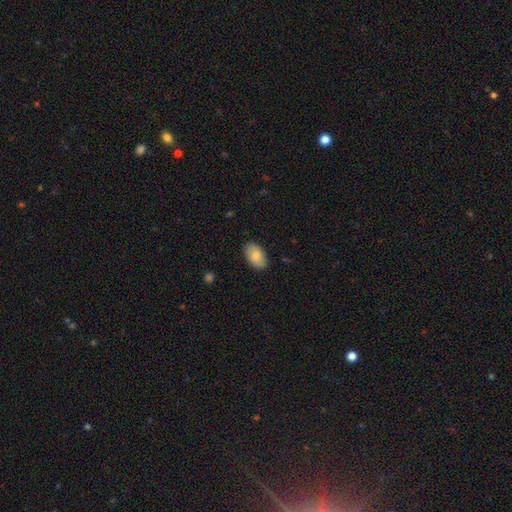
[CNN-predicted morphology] The model was most divided on "smooth or featured": smooth: 82%, featured or disk: 12%, star or artifact: 6%. More confident: how rounded — in between (93%); merging — none (87%).